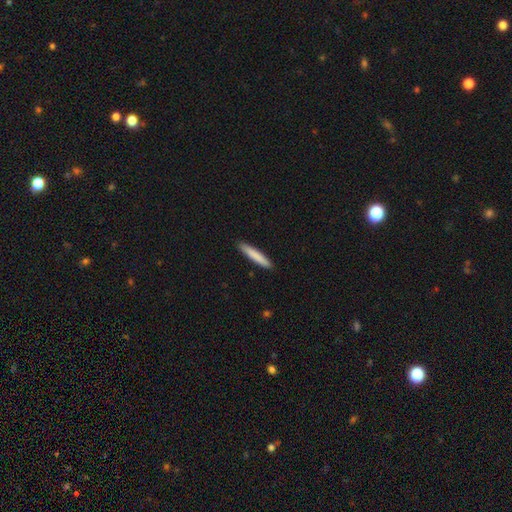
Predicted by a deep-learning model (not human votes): Smooth or featured?
  - smooth: 83% *
  - featured or disk: 12%
  - star or artifact: 5%
How rounded?
  - cigar-shaped: 93% *
  - in between: 6%
  - round: 1%
Merging?
  - none: 91% *
  - minor disturbance: 7%
  - major disturbance: 1%
  - merger: 1%